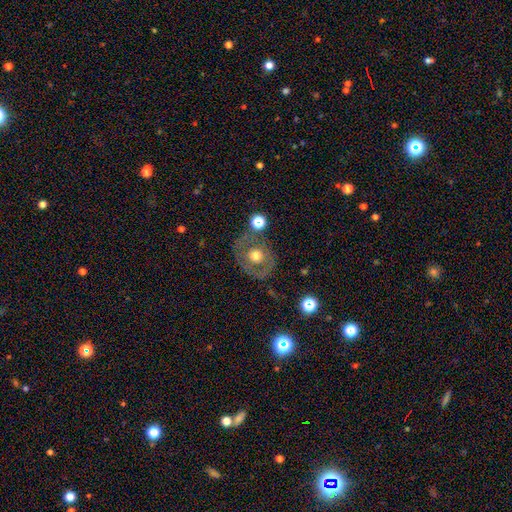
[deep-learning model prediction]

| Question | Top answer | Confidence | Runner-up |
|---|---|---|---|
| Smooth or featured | smooth | 46% | featured or disk (45%) |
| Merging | none | 69% | minor disturbance (16%) |